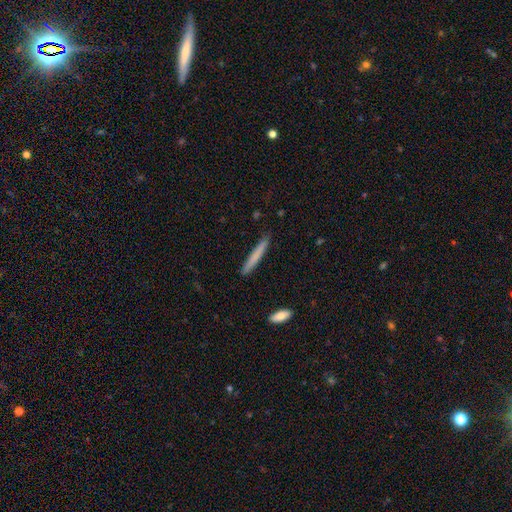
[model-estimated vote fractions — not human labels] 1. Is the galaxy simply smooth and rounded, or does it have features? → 73% smooth, 21% featured or disk, 6% star or artifact.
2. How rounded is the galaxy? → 96% cigar-shaped, 3% in between, 1% round.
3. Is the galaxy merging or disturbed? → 87% none, 10% minor disturbance, 2% major disturbance, 1% merger.